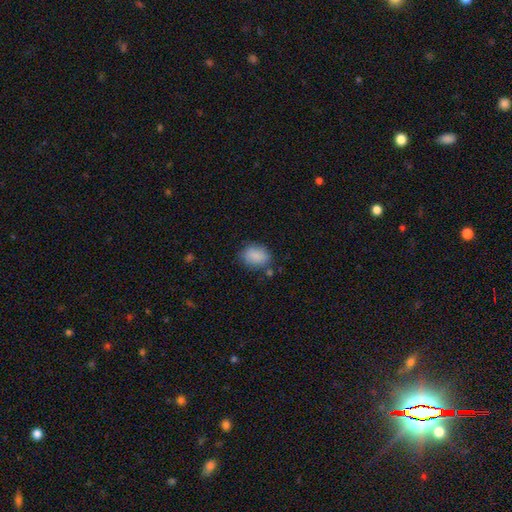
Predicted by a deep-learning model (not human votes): A smooth galaxy with no disk features (87%) that is in between round and cigar-shaped (69%). Merging: none (75%).